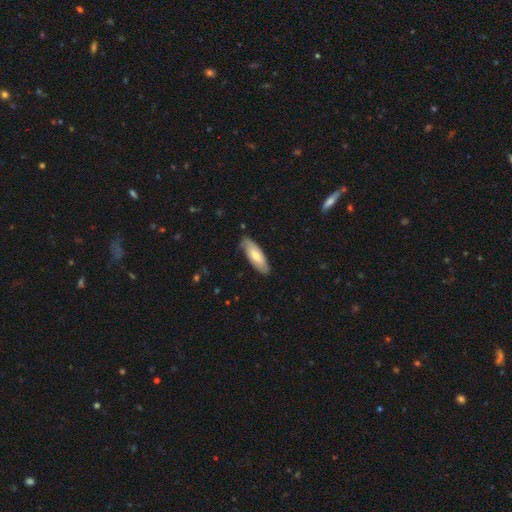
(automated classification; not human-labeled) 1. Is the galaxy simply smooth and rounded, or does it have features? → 59% smooth, 36% featured or disk, 5% star or artifact.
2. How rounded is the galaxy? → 66% in between, 32% cigar-shaped, 2% round.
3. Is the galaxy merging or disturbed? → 81% none, 16% minor disturbance, 3% major disturbance, 1% merger.